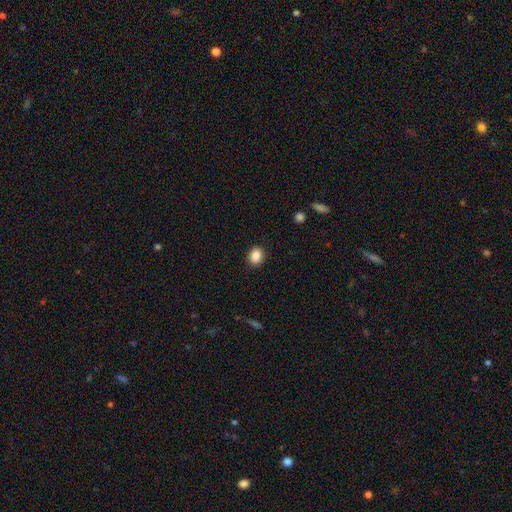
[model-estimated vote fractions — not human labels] Smooth or featured: smooth — 88% (star or artifact — 9%)
How rounded: round — 51% (in between — 48%)
Merging: none — 89% (minor disturbance — 7%)